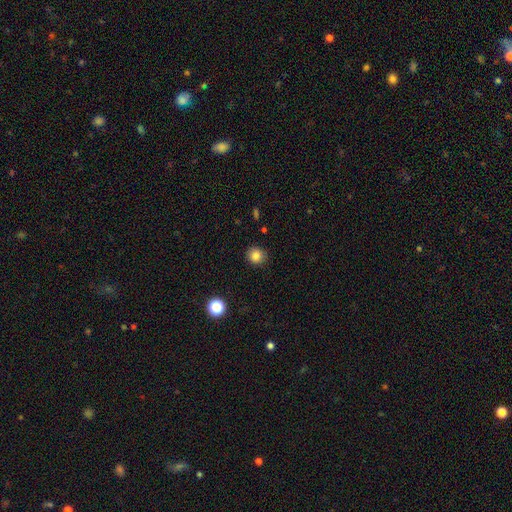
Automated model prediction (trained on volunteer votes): smooth_or_featured: smooth (p=0.84) [alt: star or artifact p=0.11]
how_rounded: round (p=0.87) [alt: in between p=0.12]
merging: none (p=0.89) [alt: minor disturbance p=0.07]